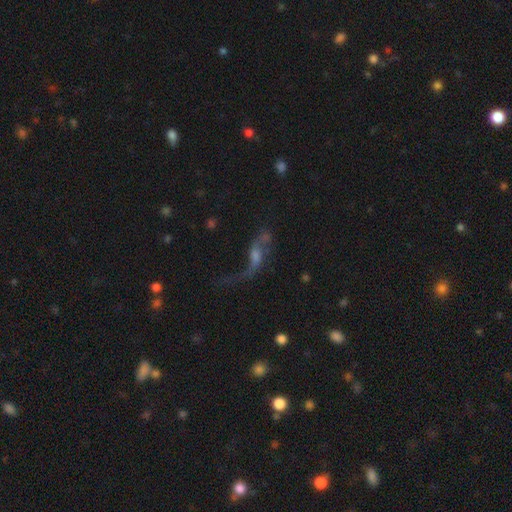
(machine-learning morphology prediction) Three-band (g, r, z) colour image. It shows a featured or disk galaxy (72%) with no bar (49%), 2 (82%) loose (91%) spiral arms (87%) and a moderate central bulge (36%). Merging: none (44%).